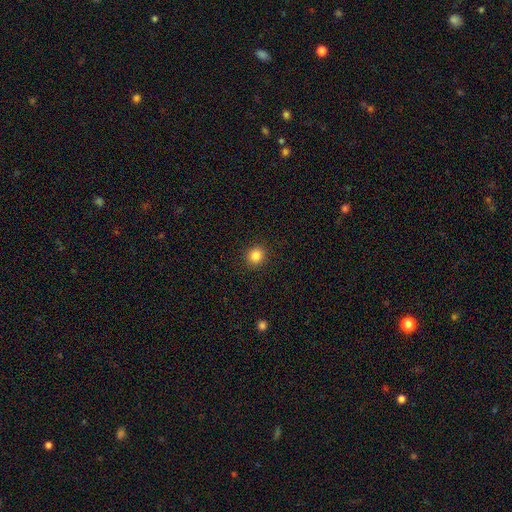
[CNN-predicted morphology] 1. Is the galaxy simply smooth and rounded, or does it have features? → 85% smooth, 11% star or artifact, 4% featured or disk.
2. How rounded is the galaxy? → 86% round, 13% in between, 1% cigar-shaped.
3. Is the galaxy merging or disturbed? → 91% none, 6% minor disturbance, 2% major disturbance, 1% merger.